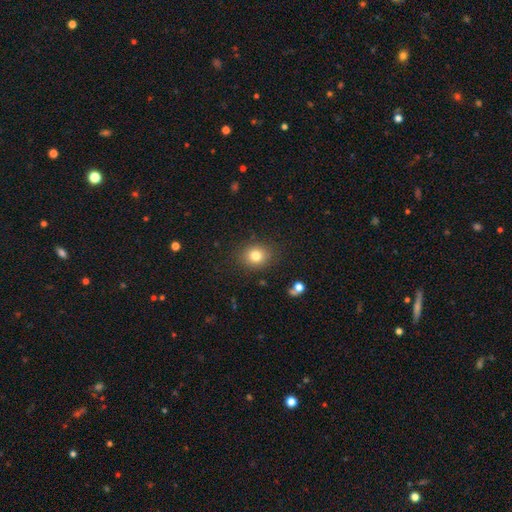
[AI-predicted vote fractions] smooth 80%, star or artifact 12%, featured or disk 8%. Down the decision tree: how rounded — round (68%); merging — none (86%).